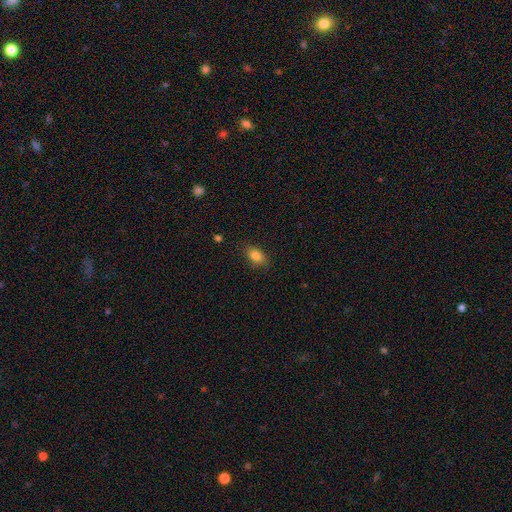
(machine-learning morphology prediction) The model was most divided on "merging": none: 84%, minor disturbance: 12%, major disturbance: 3%, merger: 1%. More confident: how rounded — in between (85%); smooth or featured — smooth (83%).